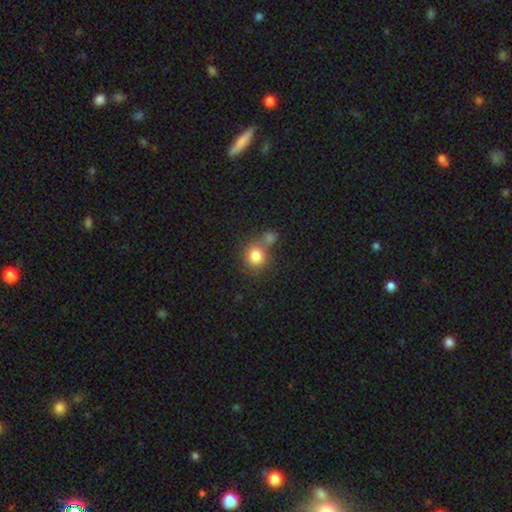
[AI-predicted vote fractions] Smooth or featured? Predicted: smooth (p=0.81). How rounded? Predicted: round (p=0.85). Merging? Predicted: none (p=0.49).